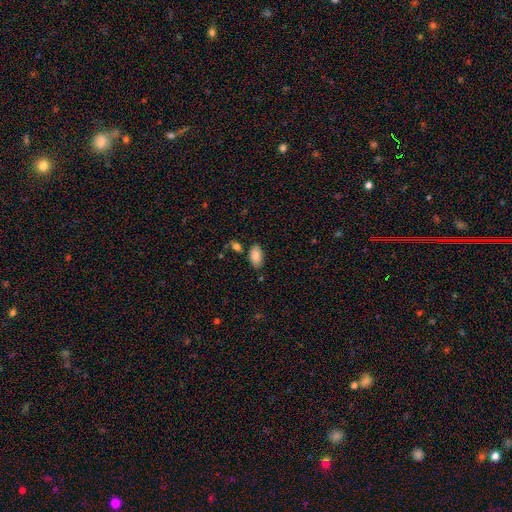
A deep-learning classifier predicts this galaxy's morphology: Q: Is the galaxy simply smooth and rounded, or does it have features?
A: smooth — 83%.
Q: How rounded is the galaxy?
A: in between — 94%.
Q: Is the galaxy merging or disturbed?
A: none — 80%.